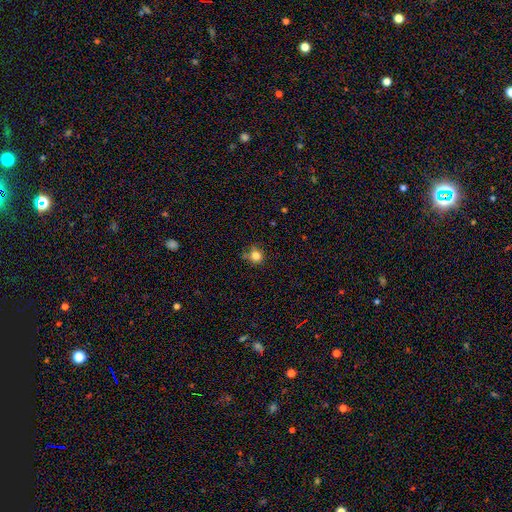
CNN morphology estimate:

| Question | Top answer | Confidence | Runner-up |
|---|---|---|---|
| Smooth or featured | smooth | 81% | star or artifact (13%) |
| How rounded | round | 88% | in between (11%) |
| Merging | none | 69% | minor disturbance (19%) |